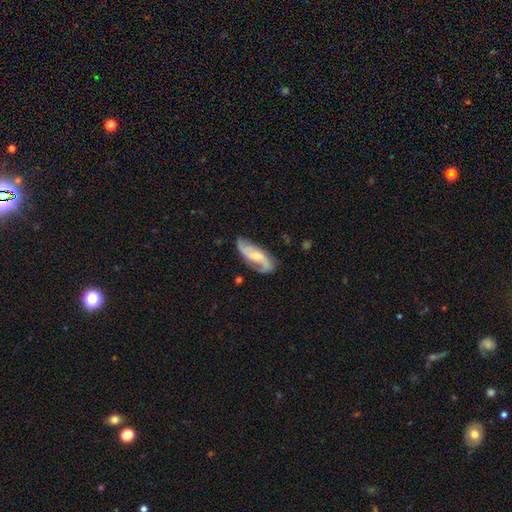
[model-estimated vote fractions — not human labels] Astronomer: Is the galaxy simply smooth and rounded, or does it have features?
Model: featured or disk — 79%.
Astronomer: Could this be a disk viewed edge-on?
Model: no — 93%.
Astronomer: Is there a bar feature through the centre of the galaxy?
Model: no — 46% (runner-up: weak, 40%).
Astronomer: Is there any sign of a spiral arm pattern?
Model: yes — 96%.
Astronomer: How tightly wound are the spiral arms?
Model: medium — 45% (runner-up: loose, 37%).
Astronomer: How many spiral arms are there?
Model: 2 — 85%.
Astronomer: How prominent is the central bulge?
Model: small — 42% (runner-up: moderate, 41%).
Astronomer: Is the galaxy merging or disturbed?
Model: none — 71%.